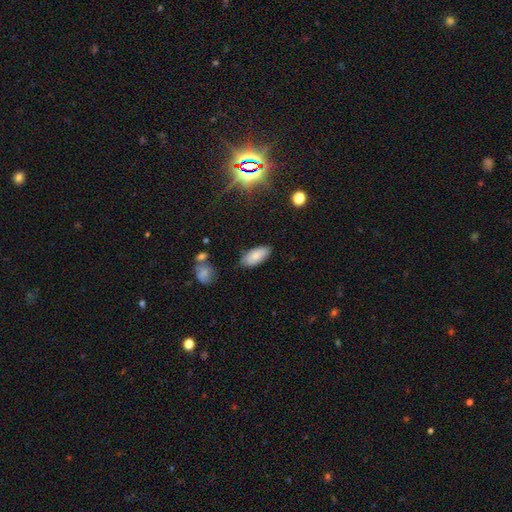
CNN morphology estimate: Overall: smooth (82%). How rounded: in between (90%). Merging: none (80%).